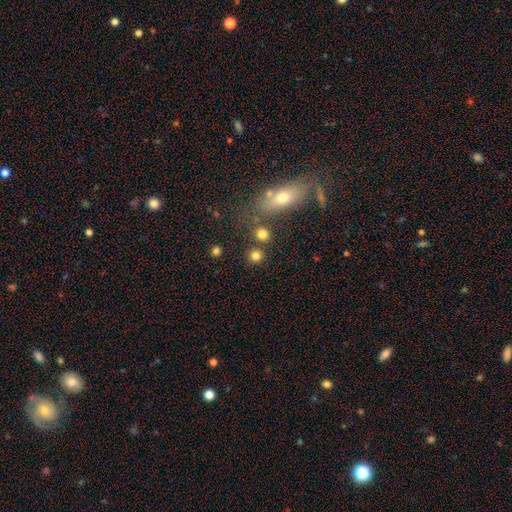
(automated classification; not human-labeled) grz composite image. It shows a smooth galaxy with no disk features (80%) that is round (91%). Merging: none (78%).